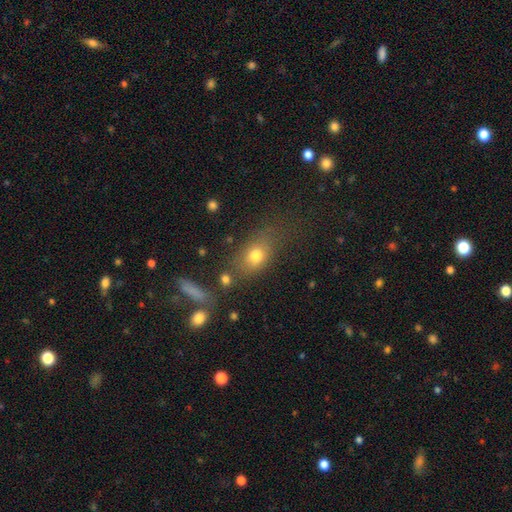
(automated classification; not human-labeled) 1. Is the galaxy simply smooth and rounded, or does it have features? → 73% smooth, 14% featured or disk, 13% star or artifact.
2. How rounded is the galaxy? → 69% in between, 25% round, 7% cigar-shaped.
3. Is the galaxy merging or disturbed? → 64% none, 18% minor disturbance, 11% major disturbance, 8% merger.